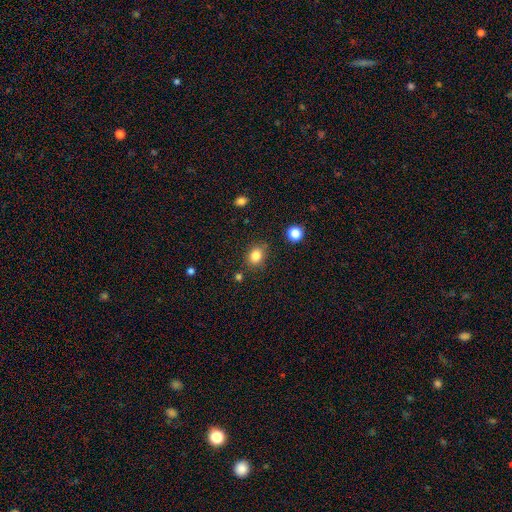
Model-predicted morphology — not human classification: Overall: smooth (83%). How rounded: round (56%; in between 43%). Merging: none (80%).